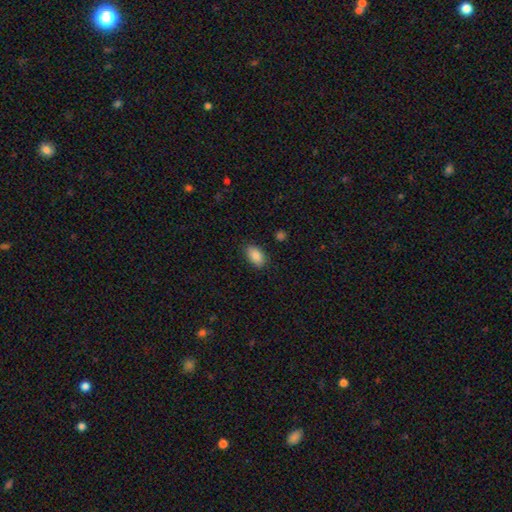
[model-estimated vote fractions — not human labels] Overall: smooth (88%). How rounded: in between (92%). Merging: none (85%).